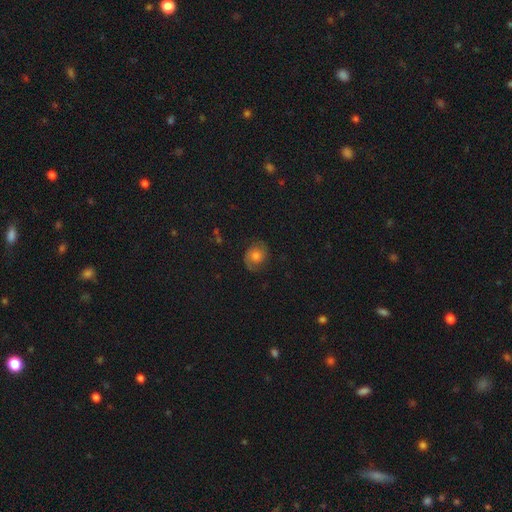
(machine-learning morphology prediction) Overall: featured or disk (51%; smooth 37%). Edge-on disk: no (97%). Merging: none (76%).